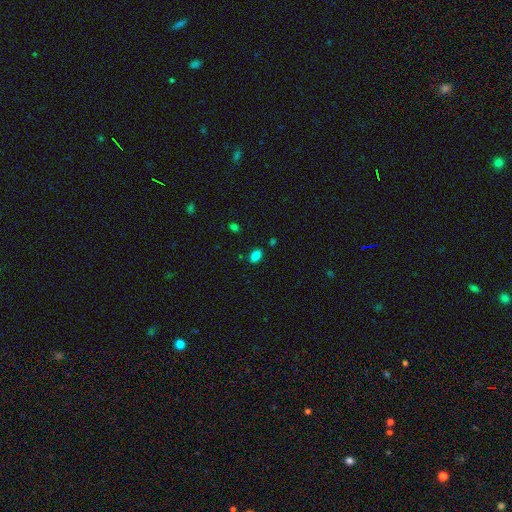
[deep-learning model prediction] Smooth or featured? Predicted: smooth (p=0.83). How rounded? Predicted: in between (p=0.89). Merging? Predicted: none (p=0.84).